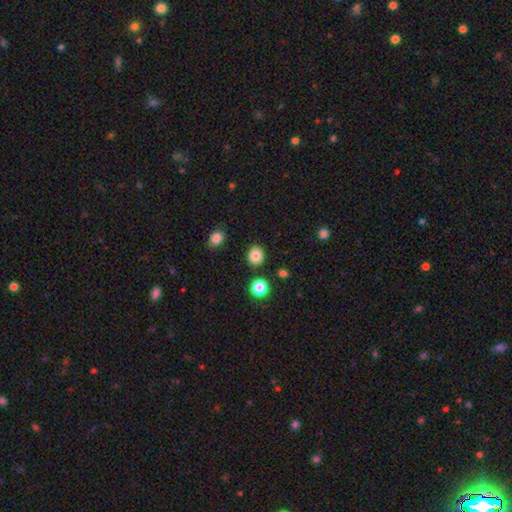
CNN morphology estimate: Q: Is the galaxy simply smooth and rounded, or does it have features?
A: smooth — 84%.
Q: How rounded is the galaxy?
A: round — 78%.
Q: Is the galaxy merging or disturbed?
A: none — 88%.